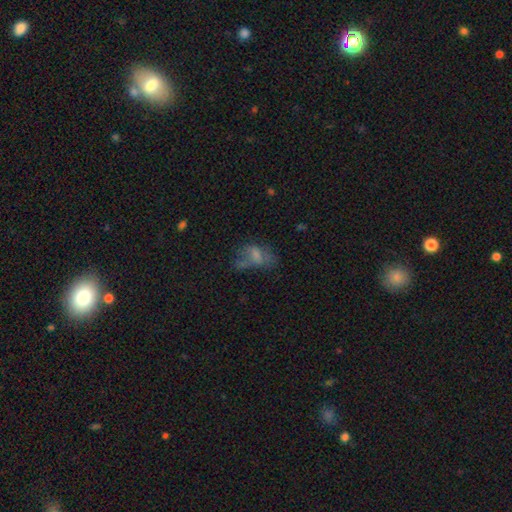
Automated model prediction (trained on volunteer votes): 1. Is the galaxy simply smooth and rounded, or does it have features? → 53% smooth, 31% featured or disk, 15% star or artifact.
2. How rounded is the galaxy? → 86% in between, 9% round, 5% cigar-shaped.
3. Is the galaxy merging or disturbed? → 37% major disturbance, 29% none, 21% minor disturbance, 13% merger.